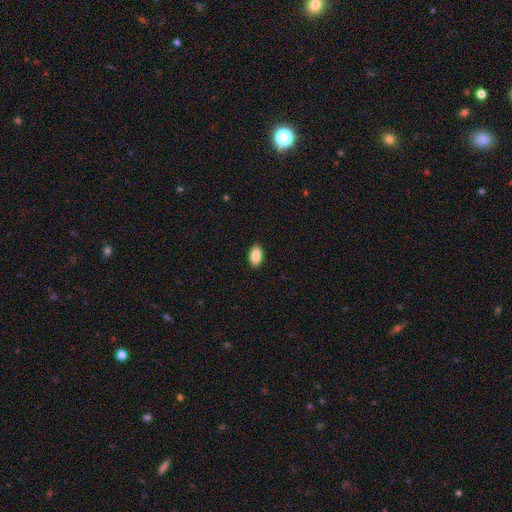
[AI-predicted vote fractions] A smooth galaxy with no disk features (87%) that is in between round and cigar-shaped (94%). Merging: none (91%).